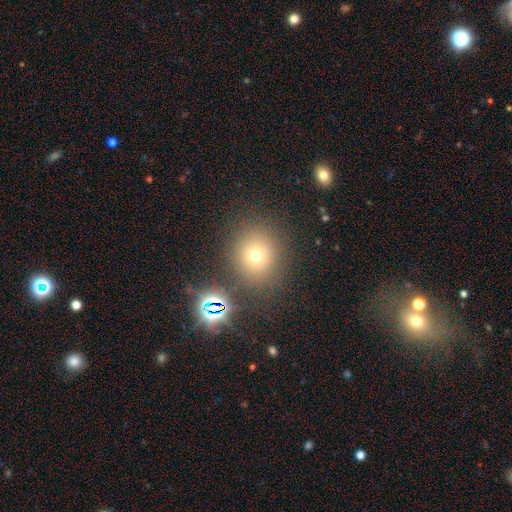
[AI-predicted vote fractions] Overall: smooth (66%). How rounded: round (81%). Merging: none (82%).